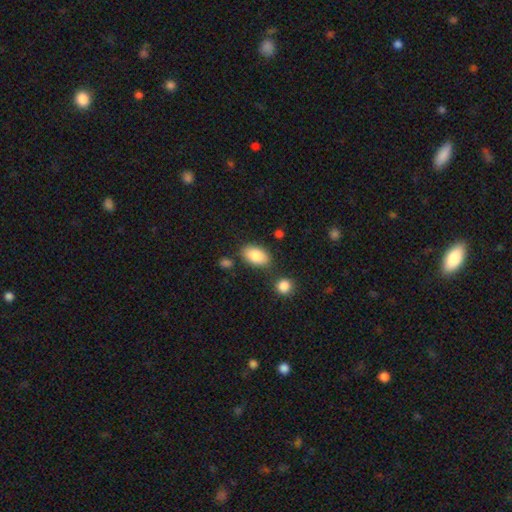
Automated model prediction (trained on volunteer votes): Overall: smooth (85%). How rounded: in between (91%). Merging: none (78%).